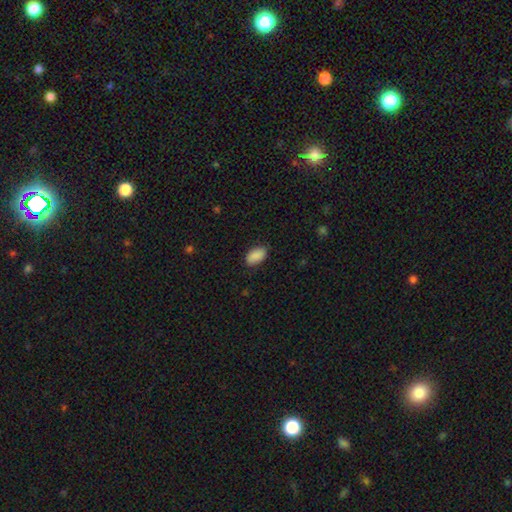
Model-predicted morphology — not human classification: Q: Smooth or featured?
A: smooth (89%); runner-up: star or artifact (7%)
Q: How rounded?
A: in between (93%); runner-up: round (5%)
Q: Merging?
A: none (84%); runner-up: minor disturbance (13%)